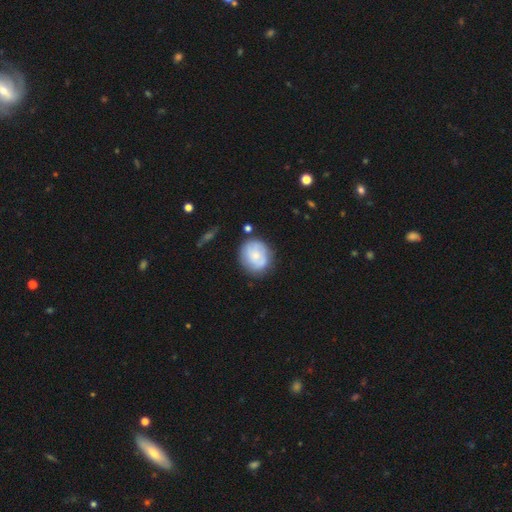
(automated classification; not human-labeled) Smooth or featured? Predicted: smooth (p=0.59). How rounded? Predicted: round (p=0.70). Merging? Predicted: none (p=0.68).